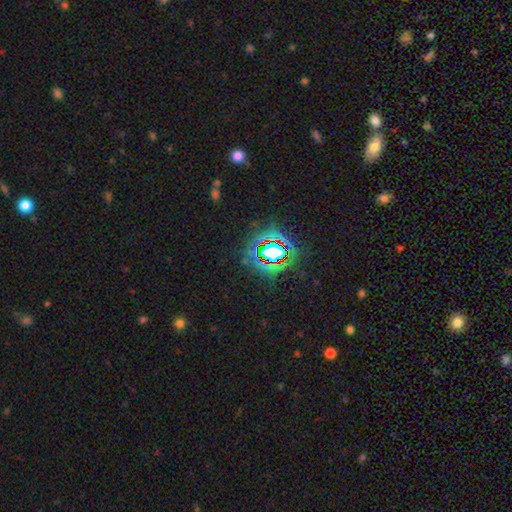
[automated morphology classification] A star or artifact, not a galaxy (72%).